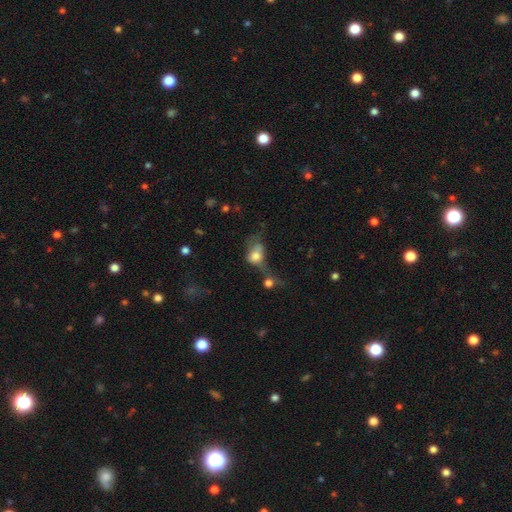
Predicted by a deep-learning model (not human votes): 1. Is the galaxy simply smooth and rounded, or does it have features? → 62% smooth, 26% featured or disk, 12% star or artifact.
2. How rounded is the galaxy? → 70% in between, 27% round, 3% cigar-shaped.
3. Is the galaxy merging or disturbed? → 38% merger, 33% major disturbance, 15% none, 14% minor disturbance.